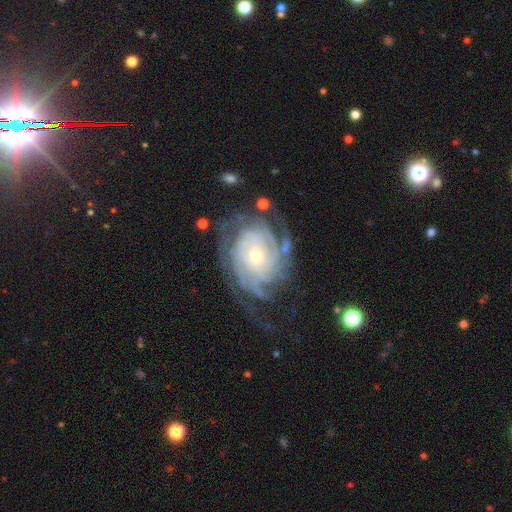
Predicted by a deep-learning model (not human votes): This is clearly a featured or disk galaxy (89%). It is clearly not viewed edge-on (97%). Bar: likely no (77%). Spiral arm pattern: clearly yes (97%). Spiral arm count: marginally can't tell (26%). Spiral winding: likely tight (72%). Central bulge: likely small (65%). Merging: likely none (65%).